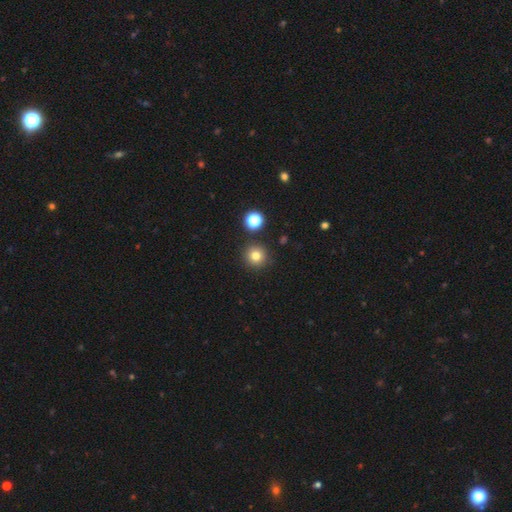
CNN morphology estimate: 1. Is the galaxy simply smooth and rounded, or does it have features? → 77% smooth, 15% star or artifact, 8% featured or disk.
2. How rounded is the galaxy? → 95% round, 4% in between, 1% cigar-shaped.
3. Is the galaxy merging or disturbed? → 88% none, 6% minor disturbance, 4% merger, 2% major disturbance.